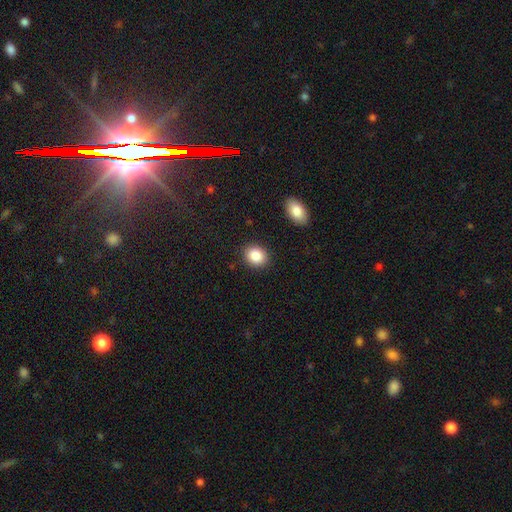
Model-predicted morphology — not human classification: Q: Smooth or featured?
A: smooth (87%); runner-up: star or artifact (8%)
Q: How rounded?
A: round (59%); runner-up: in between (40%)
Q: Merging?
A: none (88%); runner-up: minor disturbance (8%)